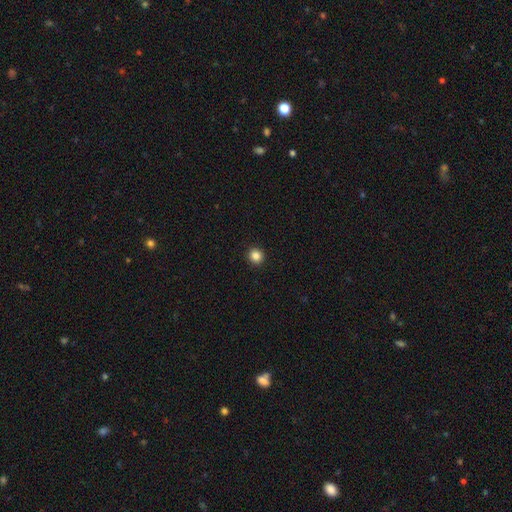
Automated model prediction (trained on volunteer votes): Morphology: type=smooth (86%); roundness=round (91%); merging=none (93%).